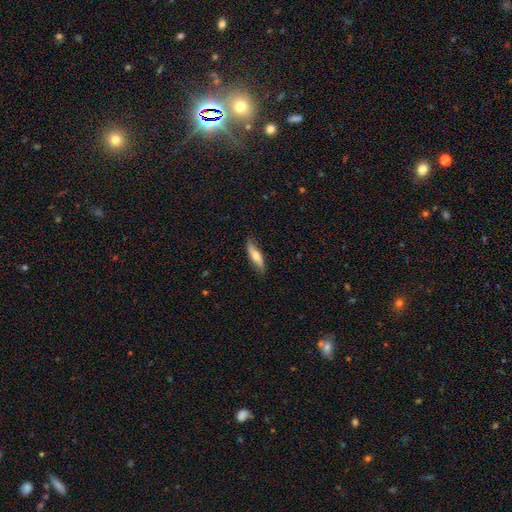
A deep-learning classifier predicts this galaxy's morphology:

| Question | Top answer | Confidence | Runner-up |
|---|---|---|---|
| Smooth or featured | smooth | 59% | featured or disk (35%) |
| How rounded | cigar-shaped | 64% | in between (34%) |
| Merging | none | 78% | minor disturbance (17%) |